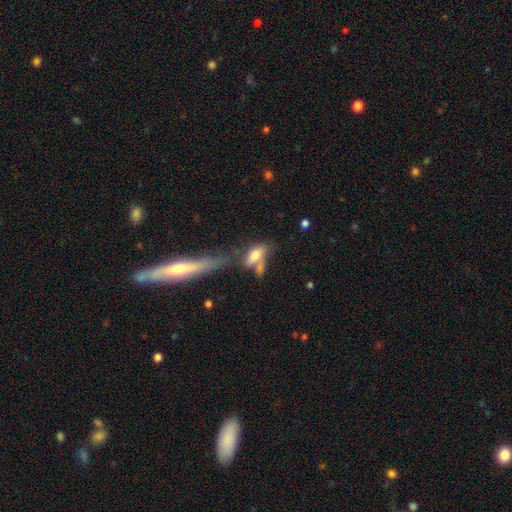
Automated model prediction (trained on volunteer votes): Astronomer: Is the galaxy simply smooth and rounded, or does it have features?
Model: smooth — 69%.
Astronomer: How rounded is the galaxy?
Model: in between — 78%.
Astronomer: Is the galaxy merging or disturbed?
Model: merger — 39% (runner-up: none, 32%).